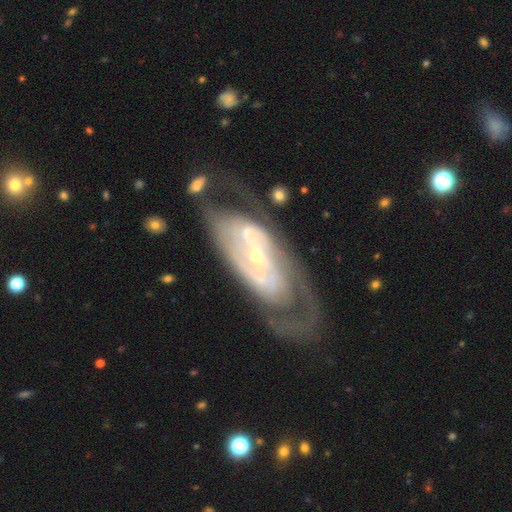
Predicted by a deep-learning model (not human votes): Smooth or featured?
  - featured or disk: 84% *
  - smooth: 11%
  - star or artifact: 5%
Edge-on disk?
  - no: 92% *
  - yes: 8%
Bar?
  - no: 44% *
  - weak: 31%
  - strong: 26%
Spiral arms?
  - yes: 79% *
  - no: 21%
Spiral winding?
  - tight: 54% *
  - medium: 33%
  - loose: 13%
Spiral arm count?
  - 2: 48% *
  - can't tell: 35%
  - 3: 6%
  - 1: 5%
  - 4: 3%
  - more than 4: 3%
Bulge size?
  - small: 70% *
  - moderate: 26%
  - large: 2%
  - none: 1%
  - dominant: 1%
Merging?
  - none: 54% *
  - major disturbance: 21%
  - minor disturbance: 20%
  - merger: 6%